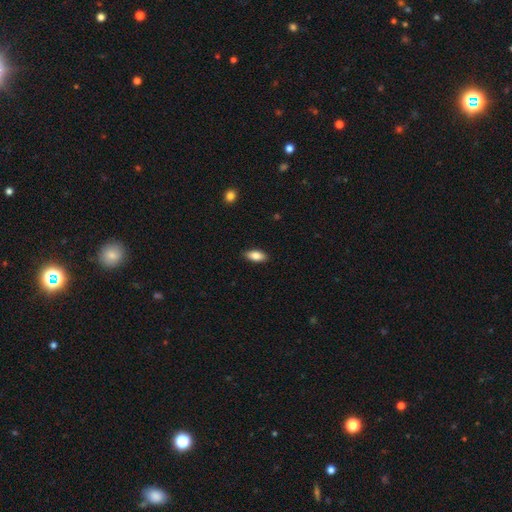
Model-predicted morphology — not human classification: This appears to be a smooth galaxy with no disk features (83%) that is in between round and cigar-shaped (87%). Merging: none (89%).